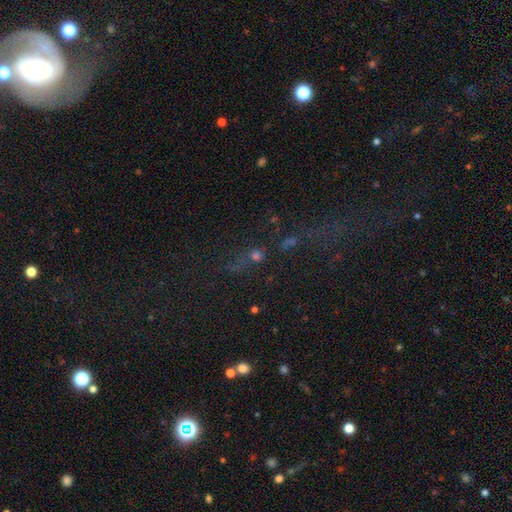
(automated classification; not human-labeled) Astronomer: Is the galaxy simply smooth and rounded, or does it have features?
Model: star or artifact — 46% (runner-up: smooth, 37%).